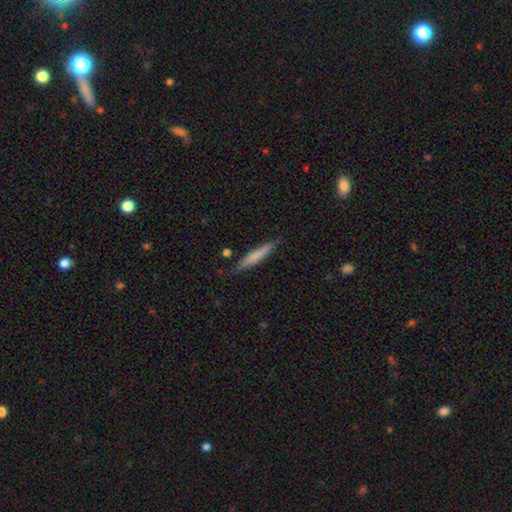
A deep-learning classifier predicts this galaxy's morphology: smooth_or_featured: smooth (p=0.68) [alt: featured or disk p=0.26]
how_rounded: cigar-shaped (p=0.93) [alt: in between p=0.06]
merging: none (p=0.80) [alt: minor disturbance p=0.15]